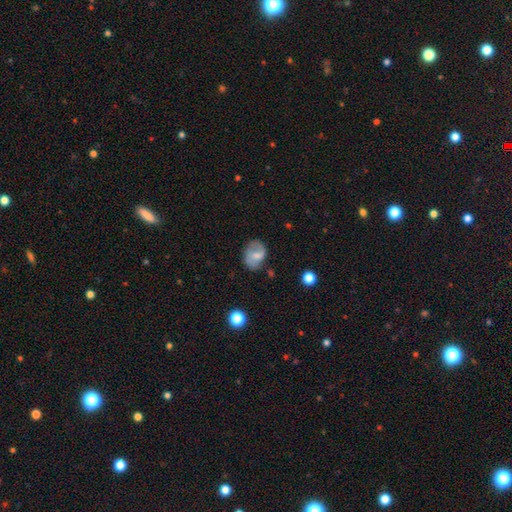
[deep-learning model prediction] This appears to be a smooth galaxy with no disk features (54%) that is in between round and cigar-shaped (62%). Merging: none (66%).